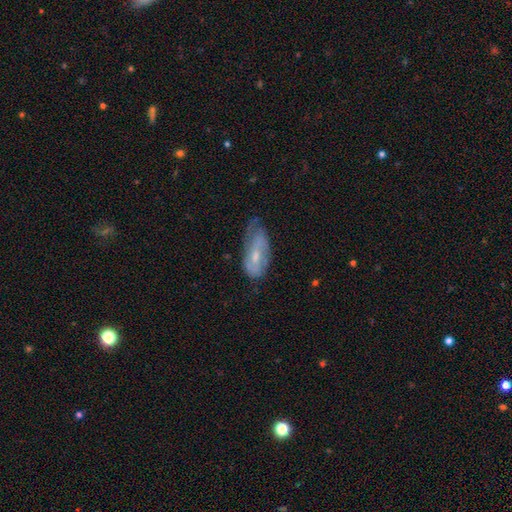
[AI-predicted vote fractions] smooth_or_featured: featured or disk (p=0.54) [alt: smooth p=0.39]
disk_edge_on: no (p=0.89) [alt: yes p=0.11]
merging: none (p=0.44) [alt: minor disturbance p=0.38]